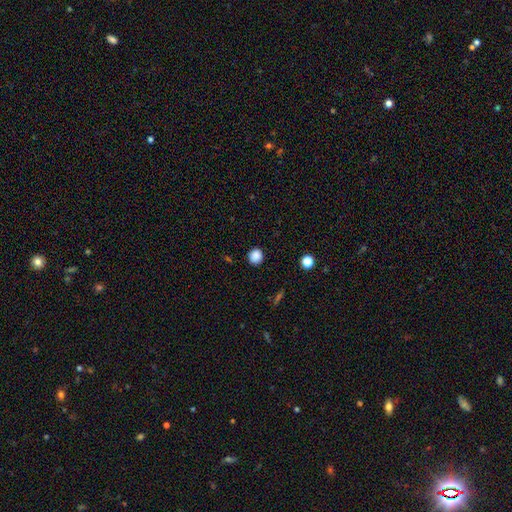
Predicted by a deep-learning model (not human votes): Smooth or featured? smooth (86%)
How rounded? round (86%)
Merging? none (89%)